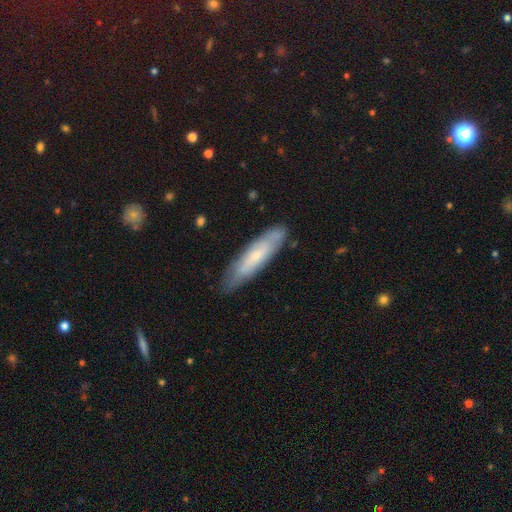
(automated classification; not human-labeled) Smooth or featured: smooth — 53% (featured or disk — 41%)
How rounded: cigar-shaped — 72% (in between — 27%)
Merging: none — 79% (minor disturbance — 16%)